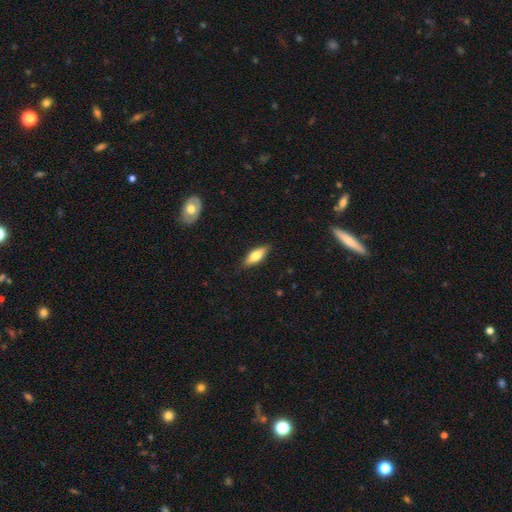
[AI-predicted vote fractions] A smooth galaxy with no disk features (66%) that is in between round and cigar-shaped (65%).

Vote fractions:
- Smooth or featured? smooth: 66% / featured or disk: 28% / star or artifact: 6%
- How rounded? in between: 65% / cigar-shaped: 32% / round: 2%
- Merging? none: 86% / minor disturbance: 10% / major disturbance: 2% / merger: 1%